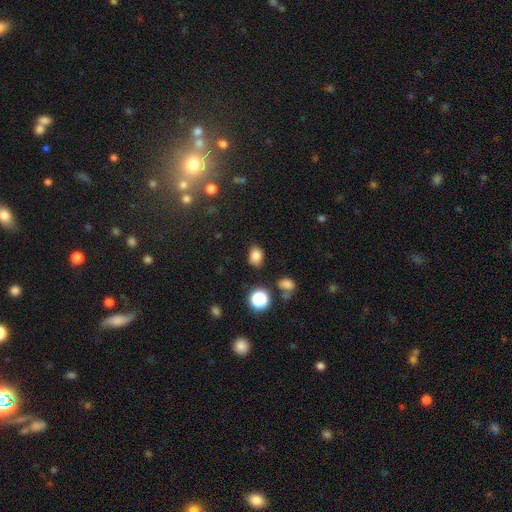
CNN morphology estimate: smooth_or_featured: smooth (p=0.80) [alt: star or artifact p=0.14]
how_rounded: in between (p=0.68) [alt: round p=0.31]
merging: none (p=0.76) [alt: minor disturbance p=0.16]